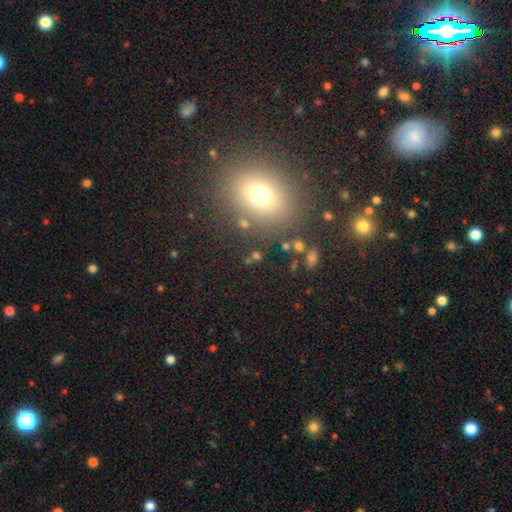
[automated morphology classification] Overall: smooth (59%; star or artifact 28%). How rounded: round (52%; in between 44%). Merging: none (78%).